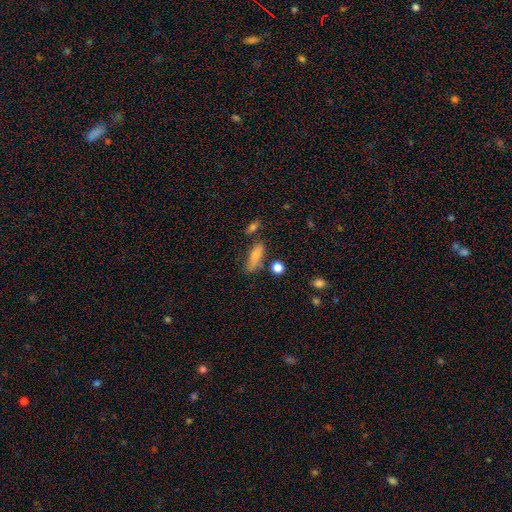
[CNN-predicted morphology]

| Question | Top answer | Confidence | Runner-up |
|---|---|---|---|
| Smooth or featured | smooth | 76% | featured or disk (15%) |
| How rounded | in between | 49% | cigar-shaped (46%) |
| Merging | none | 57% | minor disturbance (23%) |